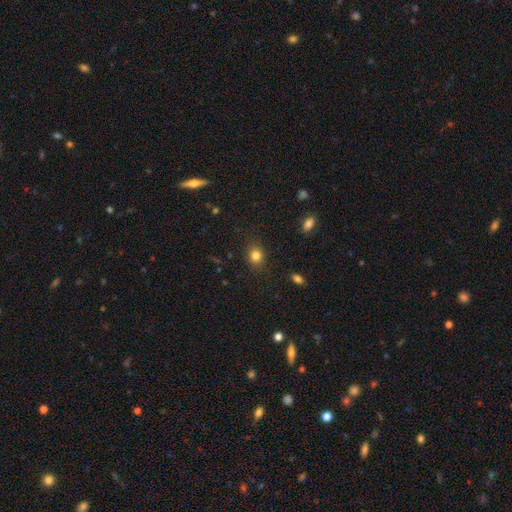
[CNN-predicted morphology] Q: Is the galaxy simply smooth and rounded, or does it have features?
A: smooth — 82%.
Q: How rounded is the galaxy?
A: round — 59%.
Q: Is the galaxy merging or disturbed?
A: none — 87%.